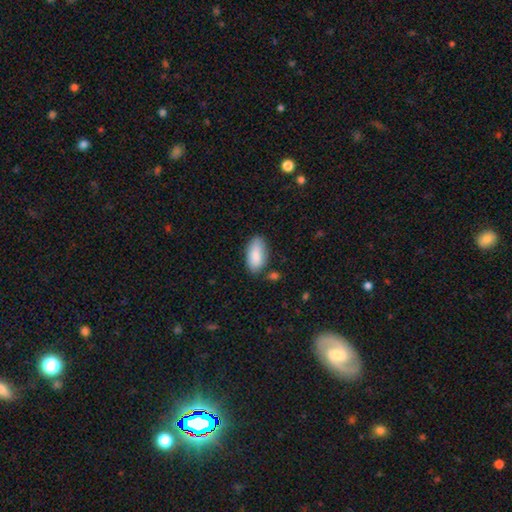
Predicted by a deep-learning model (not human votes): A smooth galaxy with no disk features (86%) that is in between round and cigar-shaped (92%).

Vote fractions:
- Smooth or featured? smooth: 86% / featured or disk: 8% / star or artifact: 6%
- How rounded? in between: 92% / cigar-shaped: 5% / round: 2%
- Merging? none: 76% / minor disturbance: 17% / merger: 4% / major disturbance: 3%